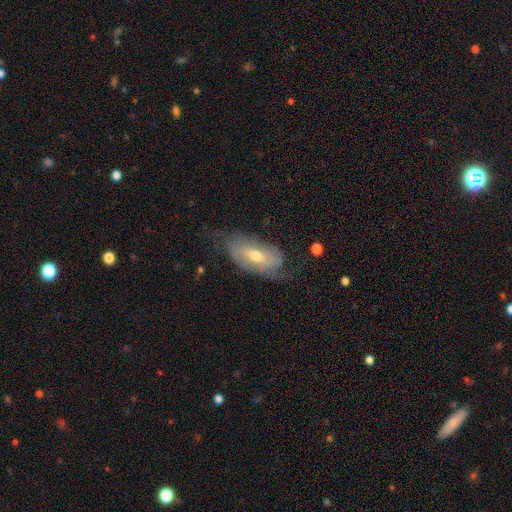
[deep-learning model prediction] Overall: featured or disk (69%). Edge-on disk: no (90%). Bar: no (48%; weak 37%). Spiral arms: yes (86%). Spiral arm count: 2 (60%; can't tell 25%). Spiral winding: tight (38%; medium 37%). Bulge size: moderate (60%; small 35%). Merging: none (61%; minor disturbance 24%).